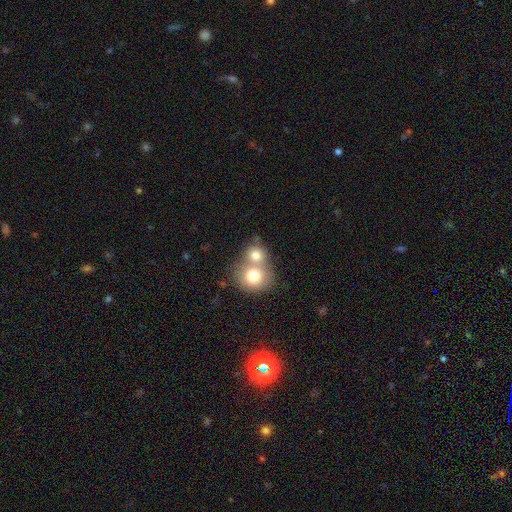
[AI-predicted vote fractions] Smooth or featured? smooth (75%)
How rounded? round (78%)
Merging? merger (63%)